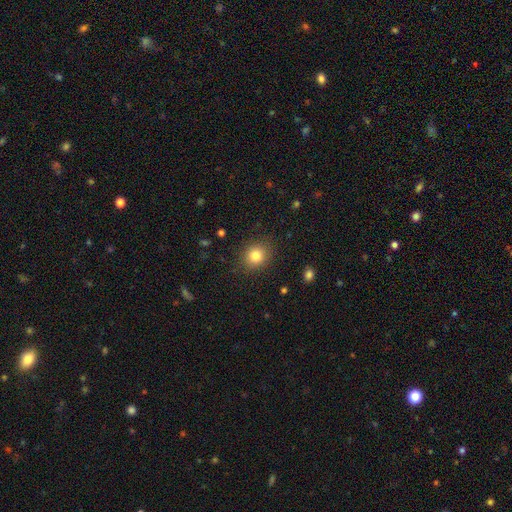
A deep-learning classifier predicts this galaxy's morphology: Smooth or featured? smooth (82%)
How rounded? round (75%)
Merging? none (87%)